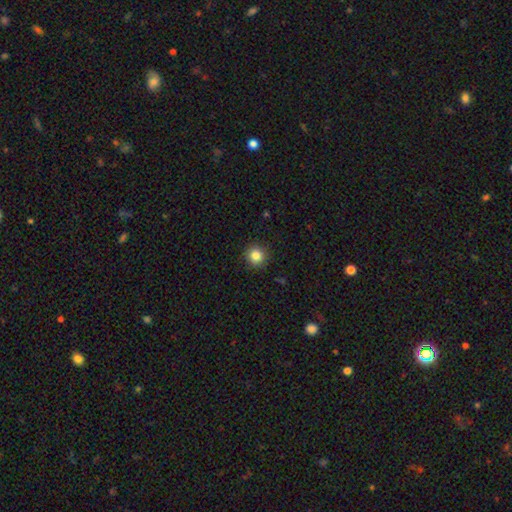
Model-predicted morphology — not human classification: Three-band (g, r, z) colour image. It shows a smooth galaxy with no disk features (85%) that is round (94%). Merging: none (91%).